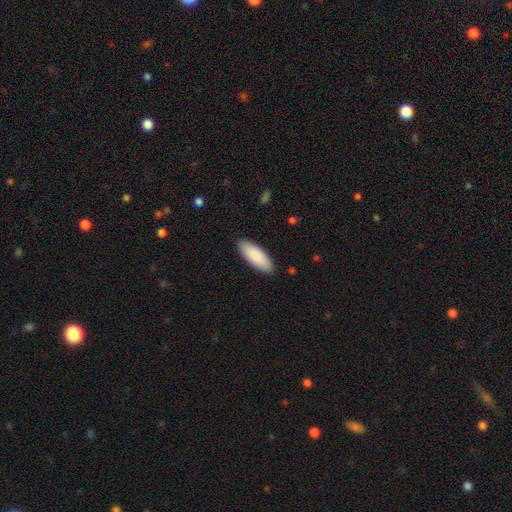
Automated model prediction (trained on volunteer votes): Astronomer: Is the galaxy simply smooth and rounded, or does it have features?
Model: smooth — 89%.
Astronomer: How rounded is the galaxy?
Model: in between — 69%.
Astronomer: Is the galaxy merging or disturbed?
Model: none — 89%.